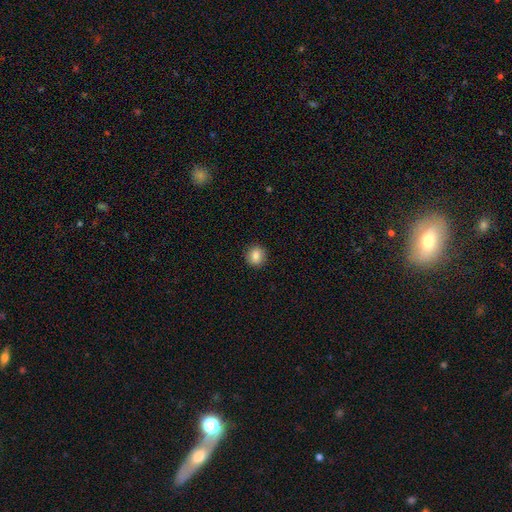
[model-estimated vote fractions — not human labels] Smooth or featured: smooth — 86% (star or artifact — 9%)
How rounded: round — 83% (in between — 16%)
Merging: none — 91% (minor disturbance — 7%)